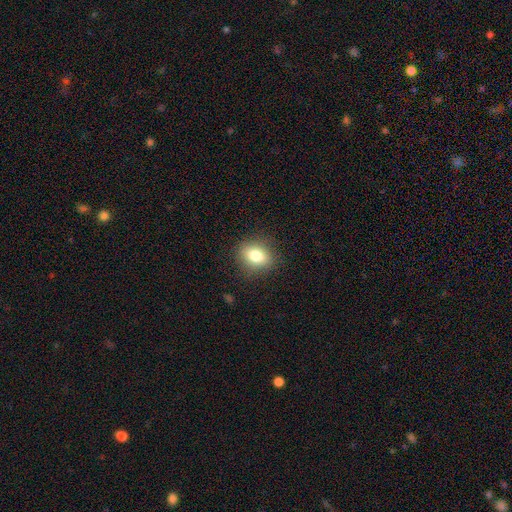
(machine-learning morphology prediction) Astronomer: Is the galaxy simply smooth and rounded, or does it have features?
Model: smooth — 79%.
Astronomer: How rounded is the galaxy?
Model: in between — 56% (runner-up: round, 42%).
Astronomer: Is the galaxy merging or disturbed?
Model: none — 86%.